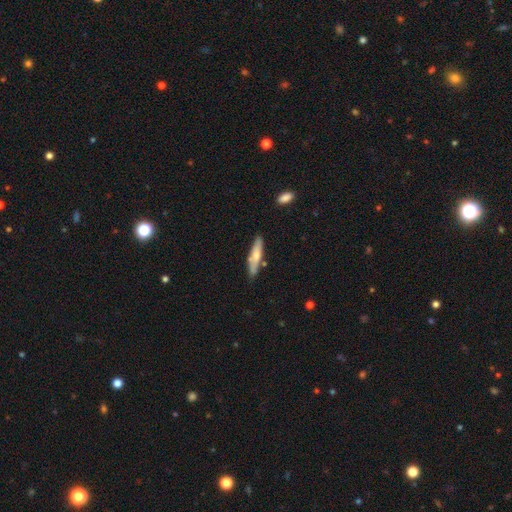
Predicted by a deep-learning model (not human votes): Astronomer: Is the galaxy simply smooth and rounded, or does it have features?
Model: smooth — 59% (runner-up: featured or disk, 35%).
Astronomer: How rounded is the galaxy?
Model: cigar-shaped — 81%.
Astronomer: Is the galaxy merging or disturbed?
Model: none — 79%.